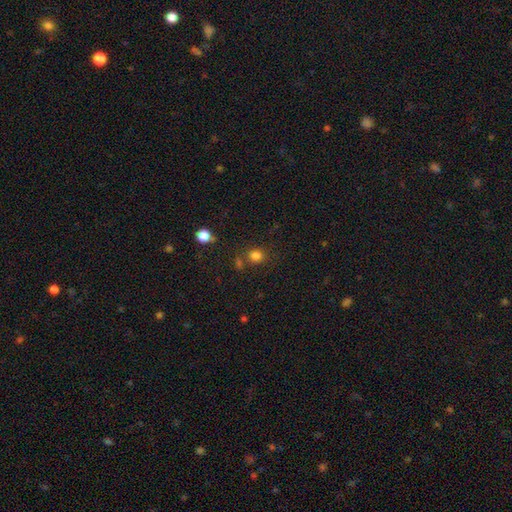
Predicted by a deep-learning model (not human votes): This is clearly a smooth galaxy (80%). How rounded: clearly round (83%). Merging: likely none (75%).